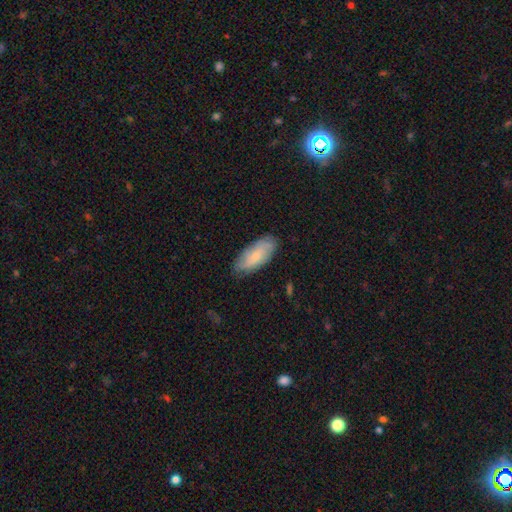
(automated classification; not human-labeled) A smooth galaxy with no disk features (60%) that is in between round and cigar-shaped (85%). Merging: none (79%).